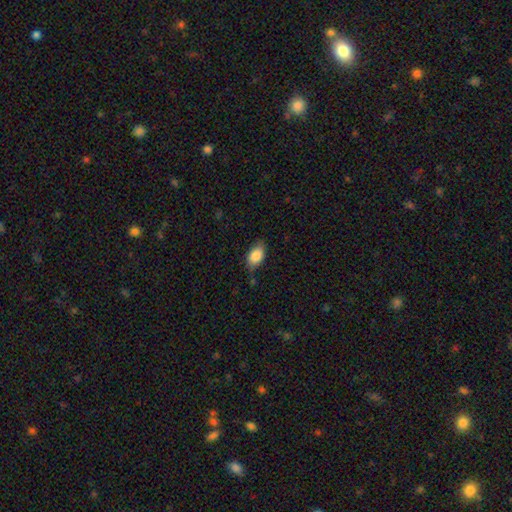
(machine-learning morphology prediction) A smooth galaxy with no disk features (86%) that is in between round and cigar-shaped (91%). Merging: none (71%).